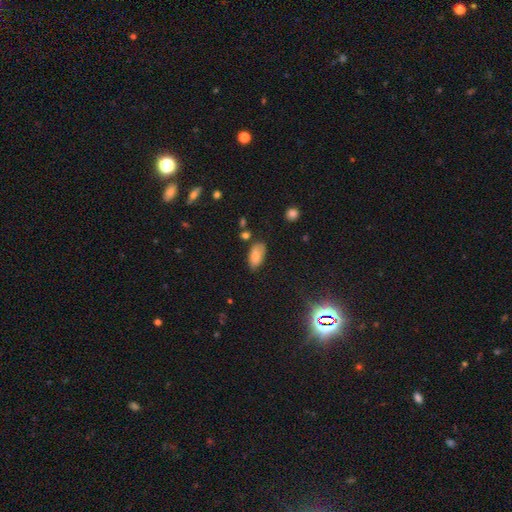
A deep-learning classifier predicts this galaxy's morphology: This is likely a smooth galaxy (80%). How rounded: clearly in between (92%). Merging: likely none (64%).